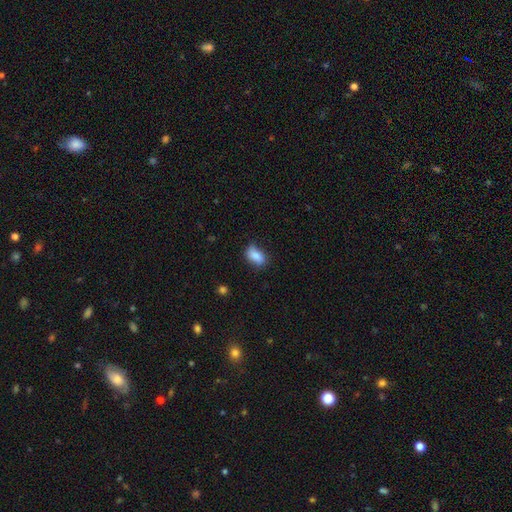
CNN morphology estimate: smooth_or_featured: smooth (p=0.85) [alt: star or artifact p=0.08]
how_rounded: in between (p=0.88) [alt: round p=0.07]
merging: none (p=0.68) [alt: minor disturbance p=0.25]